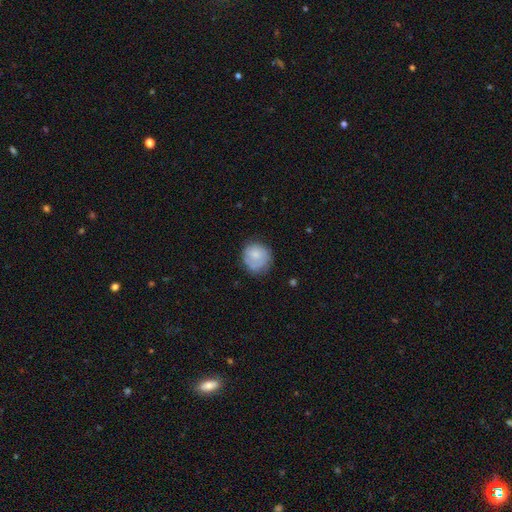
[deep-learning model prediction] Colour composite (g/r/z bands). It shows a smooth galaxy with no disk features (68%) that is round (82%). Merging: none (65%).